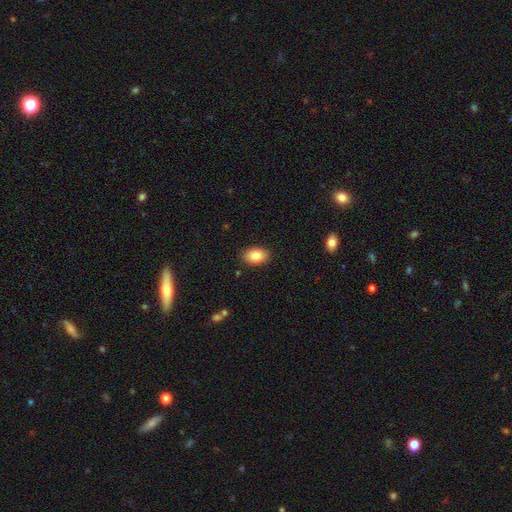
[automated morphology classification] Smooth or featured? smooth (84%)
How rounded? in between (87%)
Merging? none (88%)